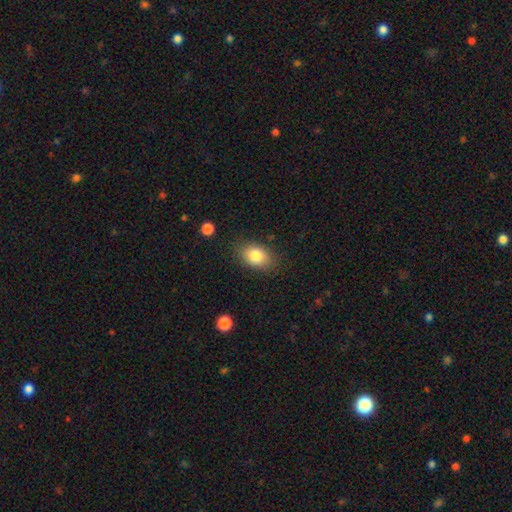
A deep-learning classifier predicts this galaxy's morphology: type=smooth (82%); roundness=in between (81%); merging=none (83%).